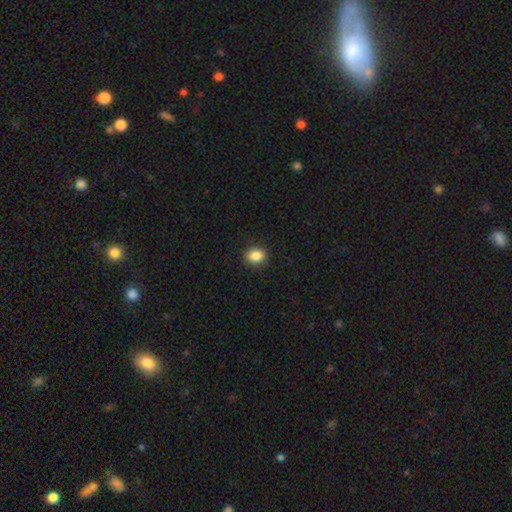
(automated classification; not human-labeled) Smooth or featured? Predicted: smooth (p=0.86). How rounded? Predicted: in between (p=0.59). Merging? Predicted: none (p=0.90).